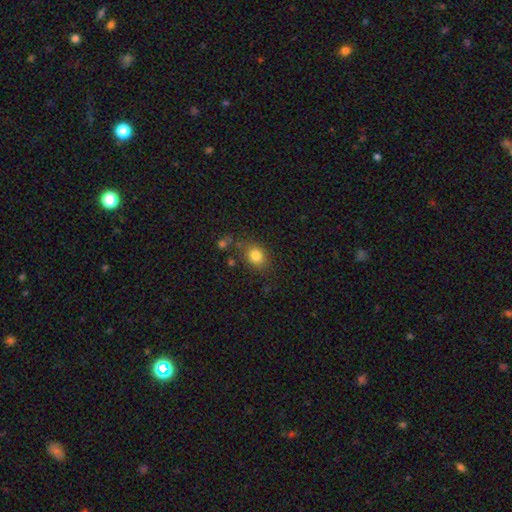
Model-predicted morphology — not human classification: Overall: smooth (81%). How rounded: in between (57%; round 42%). Merging: none (75%).